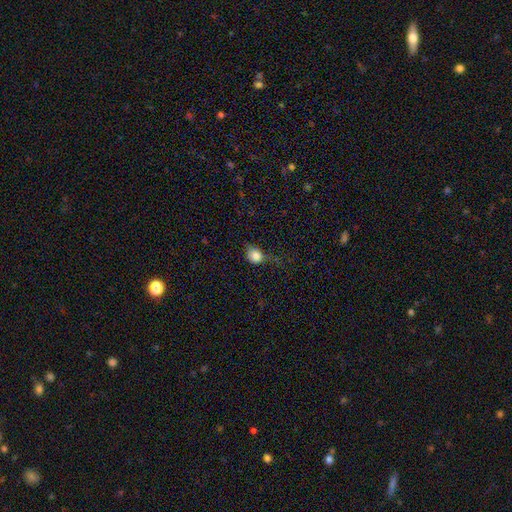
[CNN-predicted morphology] smooth-or-featured: smooth: 83% | star or artifact: 10% | featured or disk: 6%
  how-rounded: round: 64% | in between: 34% | cigar-shaped: 1%
  merging: none: 47% | minor disturbance: 35% | major disturbance: 16% | merger: 2%